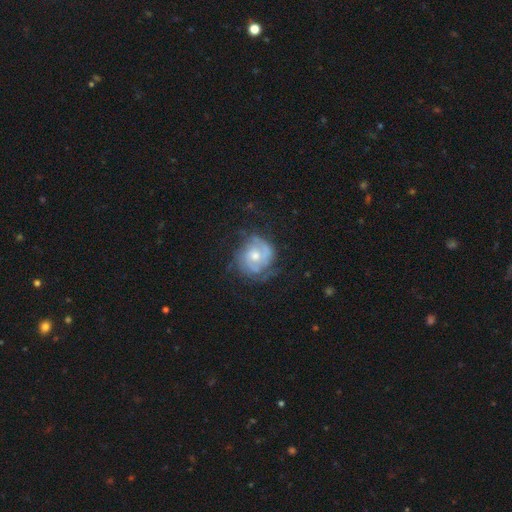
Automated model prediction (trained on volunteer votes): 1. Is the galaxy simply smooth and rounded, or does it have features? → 75% featured or disk, 19% smooth, 6% star or artifact.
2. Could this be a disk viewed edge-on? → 98% no, 2% yes.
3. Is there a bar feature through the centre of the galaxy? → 71% no, 25% weak, 4% strong.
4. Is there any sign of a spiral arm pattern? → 87% yes, 13% no.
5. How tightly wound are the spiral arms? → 51% tight, 36% medium, 13% loose.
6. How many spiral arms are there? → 47% 2, 30% can't tell, 11% 3, 5% 1, 4% 4, 3% more than 4.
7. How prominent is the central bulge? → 60% moderate, 33% small, 4% large, 2% none, 1% dominant.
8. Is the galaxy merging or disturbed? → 63% none, 23% minor disturbance, 12% major disturbance, 2% merger.